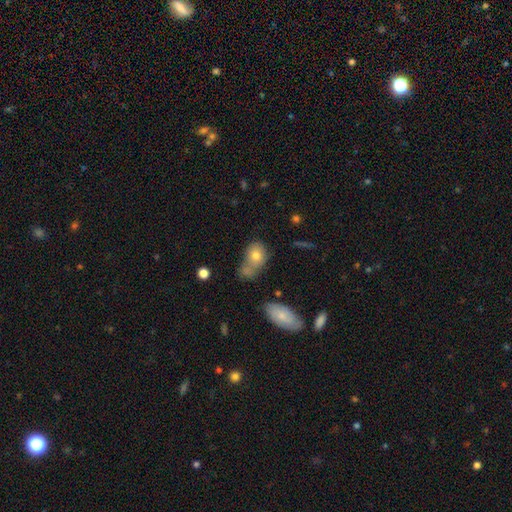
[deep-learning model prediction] A smooth galaxy with no disk features (74%) that is in between round and cigar-shaped (71%). Merging: none (36%).